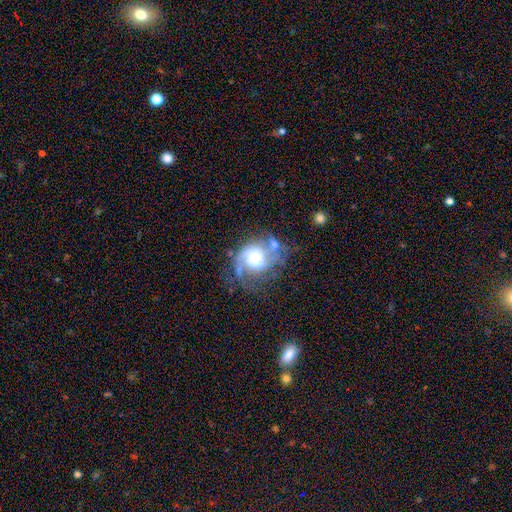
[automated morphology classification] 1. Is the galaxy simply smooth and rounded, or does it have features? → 80% featured or disk, 13% smooth, 7% star or artifact.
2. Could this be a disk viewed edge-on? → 98% no, 2% yes.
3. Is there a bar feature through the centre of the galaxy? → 64% no, 30% weak, 6% strong.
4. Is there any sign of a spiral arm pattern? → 92% yes, 8% no.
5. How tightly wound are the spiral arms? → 46% medium, 32% tight, 22% loose.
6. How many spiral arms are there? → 62% 2, 16% can't tell, 10% 1, 8% 3, 2% 4, 2% more than 4.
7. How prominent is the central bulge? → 48% moderate, 31% small, 16% large, 3% none, 2% dominant.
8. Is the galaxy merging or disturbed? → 45% none, 22% major disturbance, 21% minor disturbance, 13% merger.